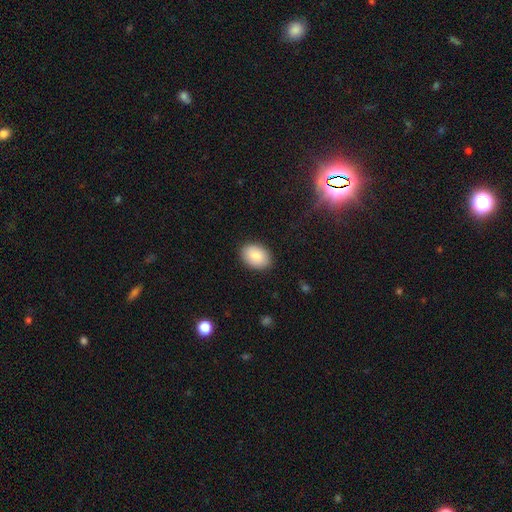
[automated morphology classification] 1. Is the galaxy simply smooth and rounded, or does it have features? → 85% smooth, 9% featured or disk, 7% star or artifact.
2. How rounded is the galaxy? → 79% in between, 20% round, 1% cigar-shaped.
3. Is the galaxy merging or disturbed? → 88% none, 9% minor disturbance, 2% major disturbance, 1% merger.